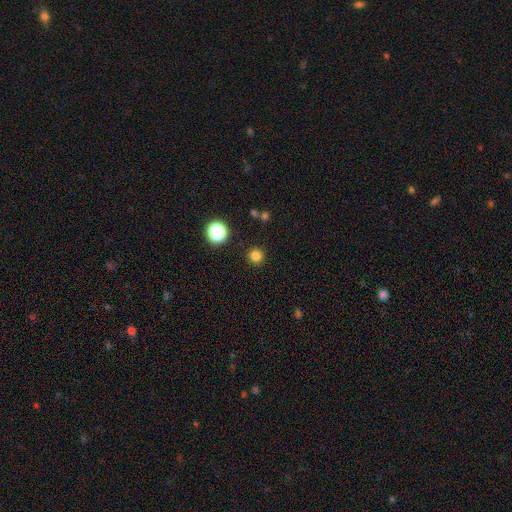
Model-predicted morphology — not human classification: Smooth or featured? smooth (81%)
How rounded? round (94%)
Merging? none (91%)